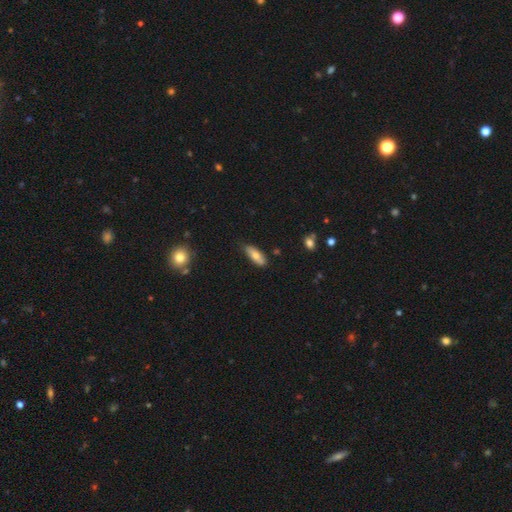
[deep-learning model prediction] Smooth or featured?
  - smooth: 72% *
  - featured or disk: 21%
  - star or artifact: 7%
How rounded?
  - in between: 67% *
  - cigar-shaped: 30%
  - round: 3%
Merging?
  - none: 68% *
  - minor disturbance: 25%
  - major disturbance: 4%
  - merger: 3%